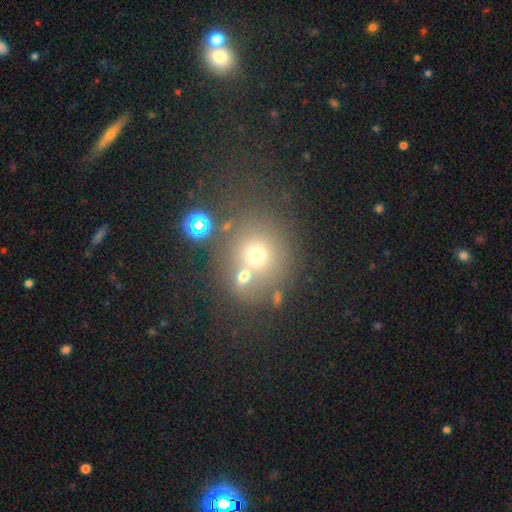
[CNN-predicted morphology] This appears to be a smooth galaxy with no disk features (63%) that is round (85%). Merging: none (53%).